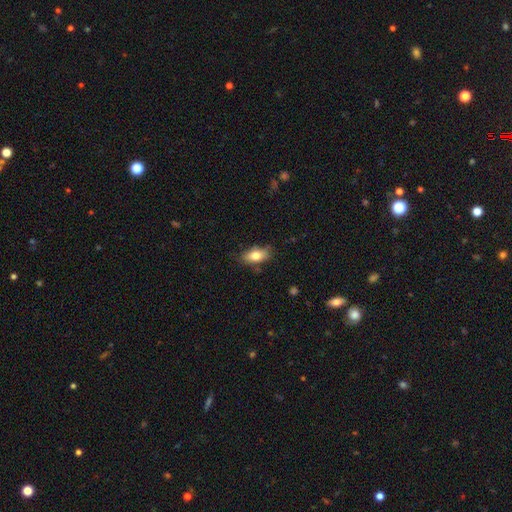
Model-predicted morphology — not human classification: Smooth or featured? Predicted: smooth (p=0.78). How rounded? Predicted: in between (p=0.87). Merging? Predicted: none (p=0.78).